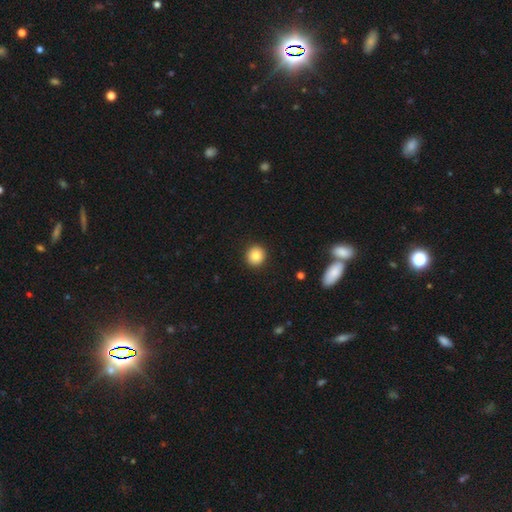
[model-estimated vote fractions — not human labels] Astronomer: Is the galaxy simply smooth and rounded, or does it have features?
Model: smooth — 84%.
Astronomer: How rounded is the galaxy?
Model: round — 92%.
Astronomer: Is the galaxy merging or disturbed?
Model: none — 92%.